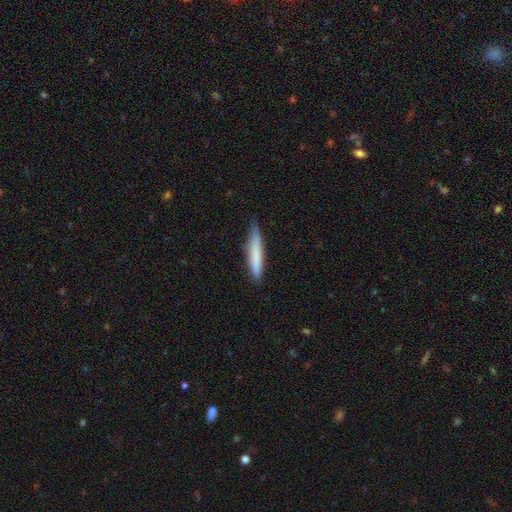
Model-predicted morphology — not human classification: Q: Smooth or featured?
A: smooth (77%); runner-up: featured or disk (17%)
Q: How rounded?
A: cigar-shaped (92%); runner-up: in between (7%)
Q: Merging?
A: none (80%); runner-up: minor disturbance (17%)